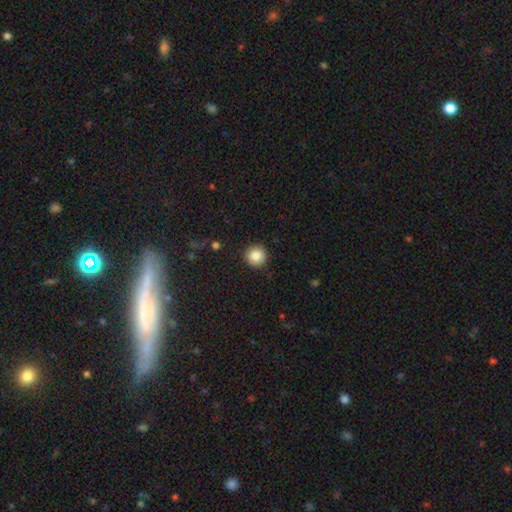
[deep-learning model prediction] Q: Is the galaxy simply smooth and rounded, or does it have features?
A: smooth — 86%.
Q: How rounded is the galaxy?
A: round — 95%.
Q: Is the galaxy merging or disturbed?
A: none — 92%.